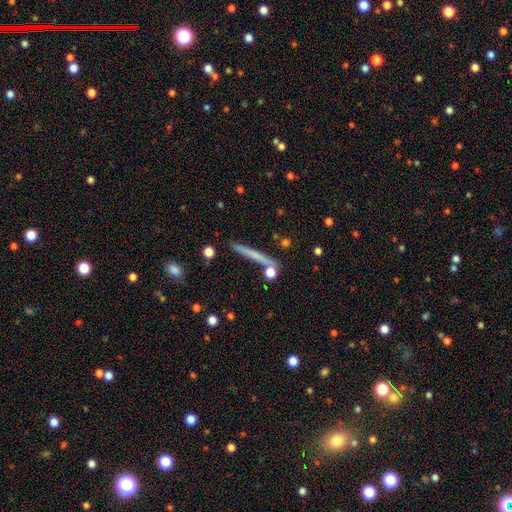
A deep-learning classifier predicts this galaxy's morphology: Smooth or featured? Predicted: smooth (p=0.56). How rounded? Predicted: cigar-shaped (p=0.94). Merging? Predicted: none (p=0.82).